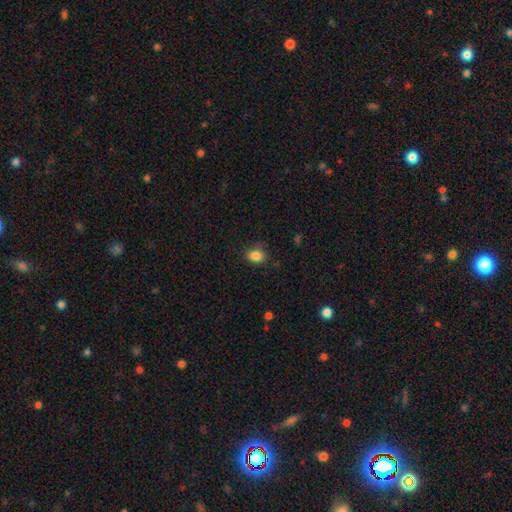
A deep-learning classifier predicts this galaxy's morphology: This is clearly a smooth galaxy (85%). How rounded: possibly in between (58%). Merging: clearly none (80%).